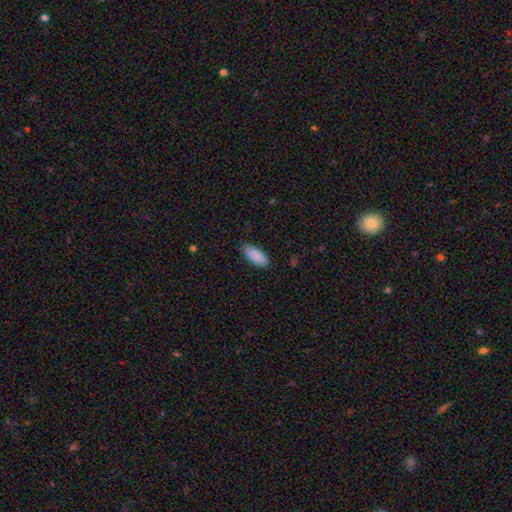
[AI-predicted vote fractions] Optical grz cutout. It shows a smooth galaxy with no disk features (90%) that is in between round and cigar-shaped (87%). Merging: none (87%).